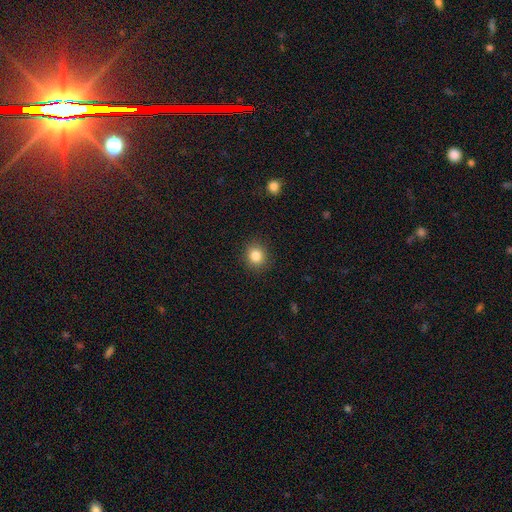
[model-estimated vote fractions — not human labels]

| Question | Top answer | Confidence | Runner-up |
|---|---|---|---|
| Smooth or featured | smooth | 84% | star or artifact (11%) |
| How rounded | round | 83% | in between (16%) |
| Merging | none | 90% | minor disturbance (7%) |